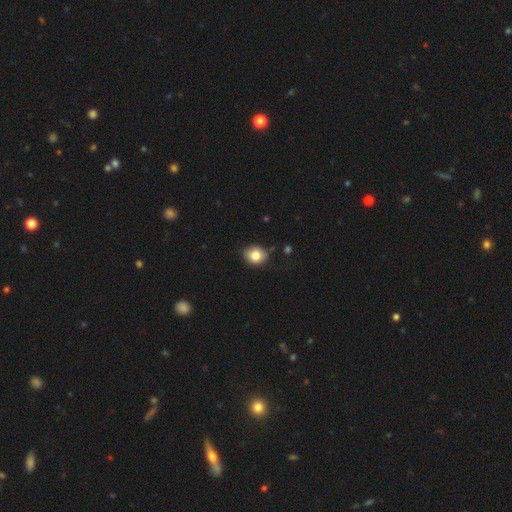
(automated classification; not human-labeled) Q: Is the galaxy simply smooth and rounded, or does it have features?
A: smooth — 81%.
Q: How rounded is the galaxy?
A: round — 63%.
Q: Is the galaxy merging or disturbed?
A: none — 80%.